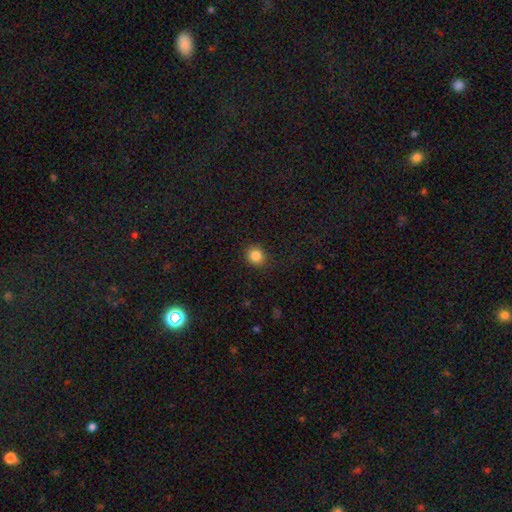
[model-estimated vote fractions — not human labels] This is clearly a smooth galaxy (85%). How rounded: clearly round (84%). Merging: clearly none (88%).